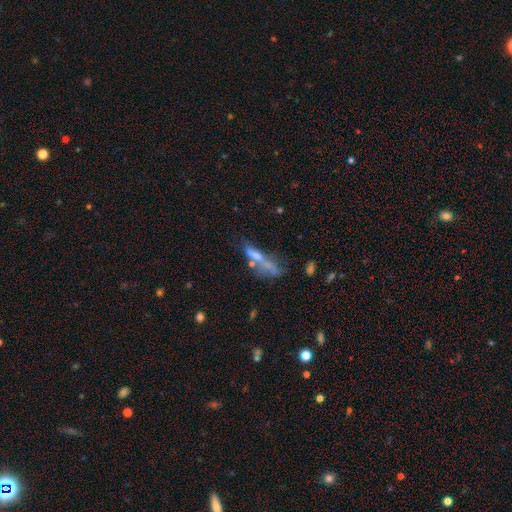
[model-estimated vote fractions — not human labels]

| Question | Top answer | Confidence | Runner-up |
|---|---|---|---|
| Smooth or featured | smooth | 47% | featured or disk (39%) |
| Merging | none | 38% | merger (28%) |